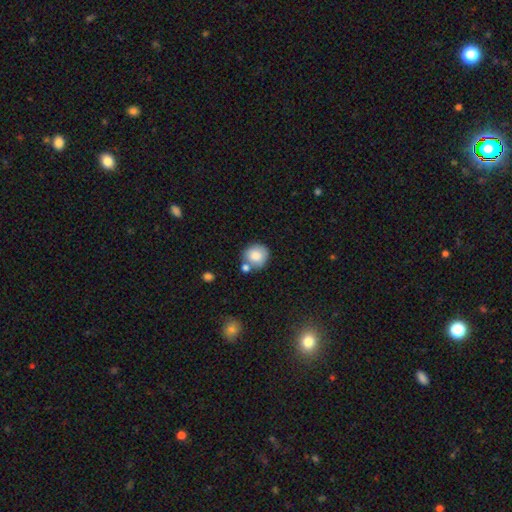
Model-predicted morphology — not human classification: Smooth or featured: smooth — 82% (featured or disk — 10%)
How rounded: round — 84% (in between — 15%)
Merging: none — 59% (merger — 21%)